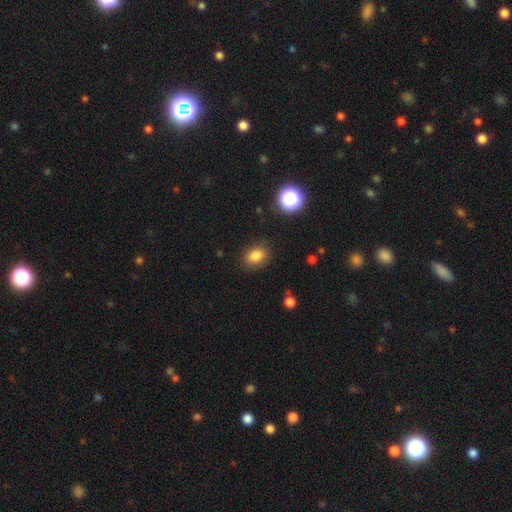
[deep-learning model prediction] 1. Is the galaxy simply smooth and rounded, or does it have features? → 83% smooth, 12% star or artifact, 5% featured or disk.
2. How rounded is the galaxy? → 63% in between, 36% round, 1% cigar-shaped.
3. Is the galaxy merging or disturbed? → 84% none, 11% minor disturbance, 3% major disturbance, 1% merger.